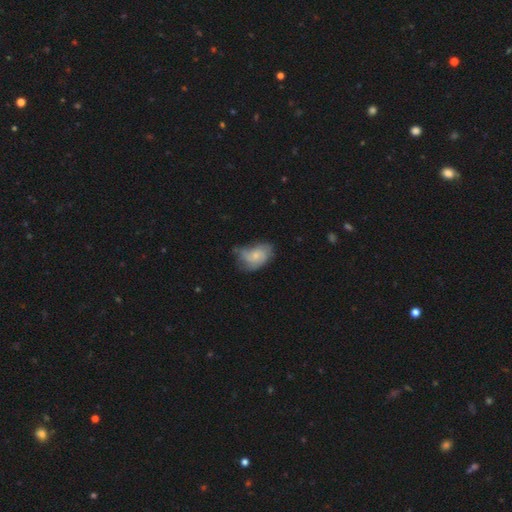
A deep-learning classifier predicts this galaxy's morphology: smooth-or-featured: smooth: 50% | featured or disk: 43% | star or artifact: 8%
  merging: none: 40% | minor disturbance: 36% | major disturbance: 20% | merger: 4%